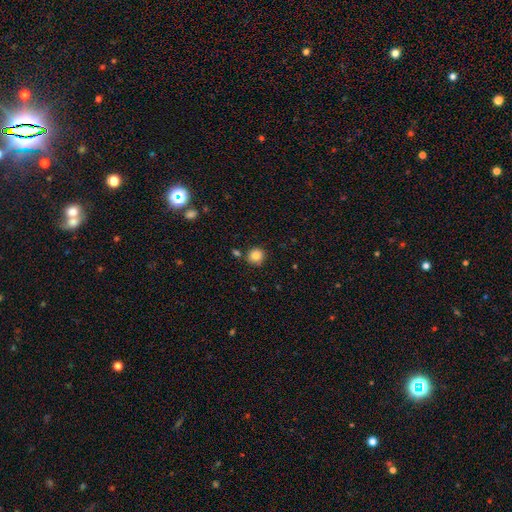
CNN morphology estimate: smooth-or-featured: smooth: 84% | star or artifact: 10% | featured or disk: 6%
  how-rounded: round: 92% | in between: 7% | cigar-shaped: 1%
  merging: none: 84% | minor disturbance: 9% | merger: 5% | major disturbance: 2%